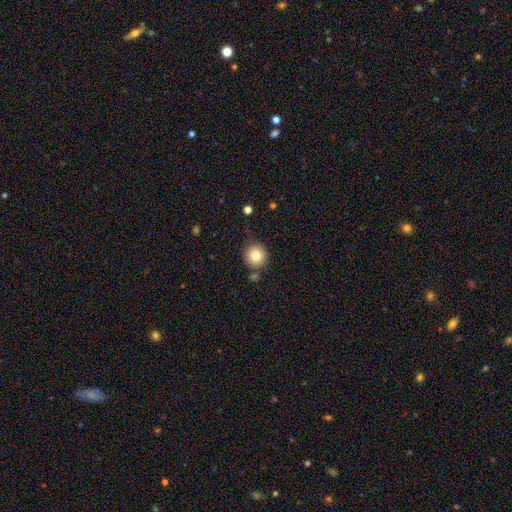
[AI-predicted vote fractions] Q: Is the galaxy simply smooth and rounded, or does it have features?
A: smooth — 80%.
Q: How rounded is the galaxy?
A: round — 95%.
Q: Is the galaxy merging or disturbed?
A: none — 80%.